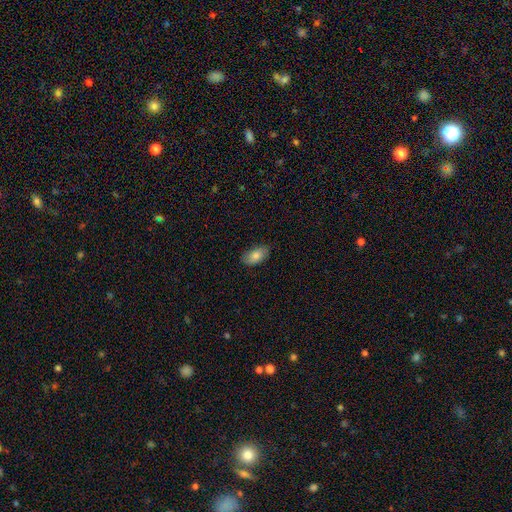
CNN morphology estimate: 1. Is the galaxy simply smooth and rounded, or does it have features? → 82% smooth, 11% featured or disk, 7% star or artifact.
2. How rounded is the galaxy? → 93% in between, 4% round, 3% cigar-shaped.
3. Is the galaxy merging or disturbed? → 82% none, 14% minor disturbance, 3% major disturbance, 1% merger.